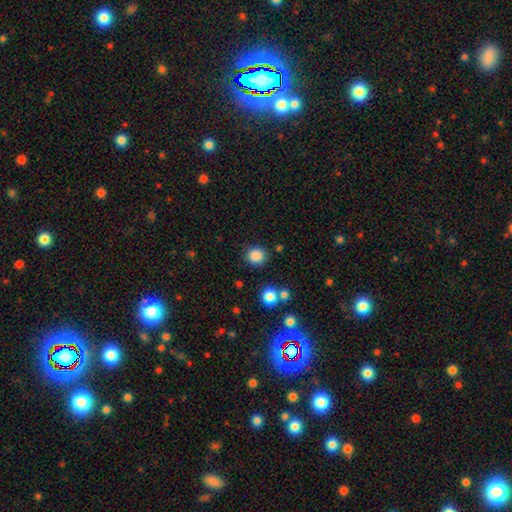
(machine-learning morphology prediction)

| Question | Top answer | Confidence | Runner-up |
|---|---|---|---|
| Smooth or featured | smooth | 86% | star or artifact (11%) |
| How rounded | round | 88% | in between (11%) |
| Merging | none | 85% | minor disturbance (9%) |